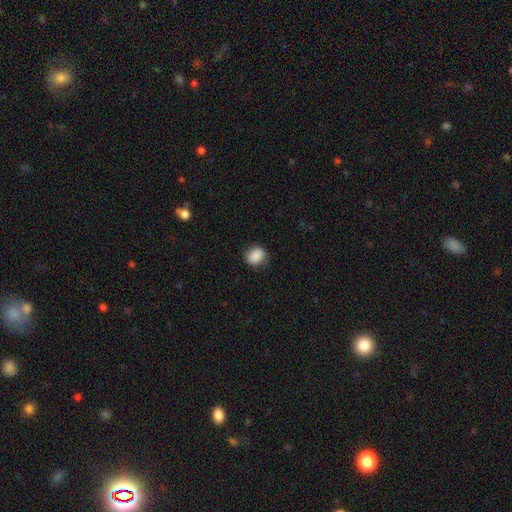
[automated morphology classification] The model was most divided on "how rounded": round: 51%, in between: 48%, cigar-shaped: 1%. More confident: smooth or featured — smooth (88%); merging — none (79%).